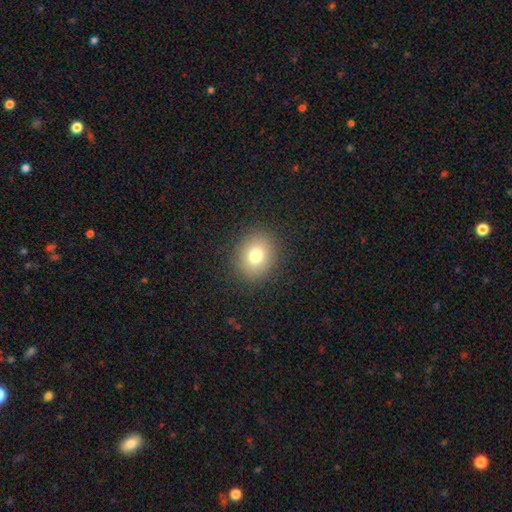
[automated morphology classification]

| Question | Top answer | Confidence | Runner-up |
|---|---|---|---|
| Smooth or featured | smooth | 77% | star or artifact (13%) |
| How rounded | round | 70% | in between (29%) |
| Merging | none | 89% | minor disturbance (7%) |